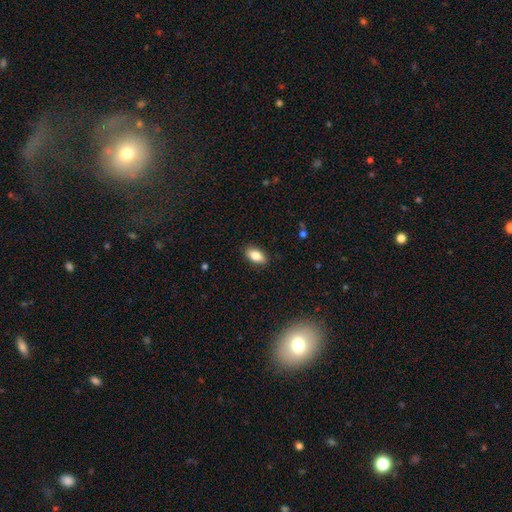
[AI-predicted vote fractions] Overall: smooth (85%). How rounded: in between (91%). Merging: none (88%).